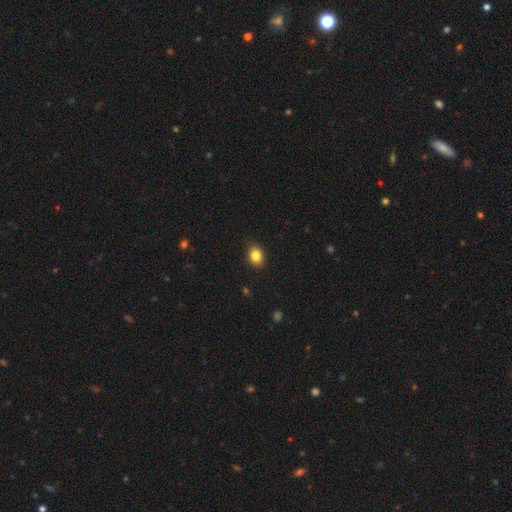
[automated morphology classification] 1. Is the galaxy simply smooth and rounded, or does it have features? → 85% smooth, 10% star or artifact, 6% featured or disk.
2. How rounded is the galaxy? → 61% in between, 38% round, 1% cigar-shaped.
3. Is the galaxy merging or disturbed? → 87% none, 10% minor disturbance, 2% major disturbance, 1% merger.